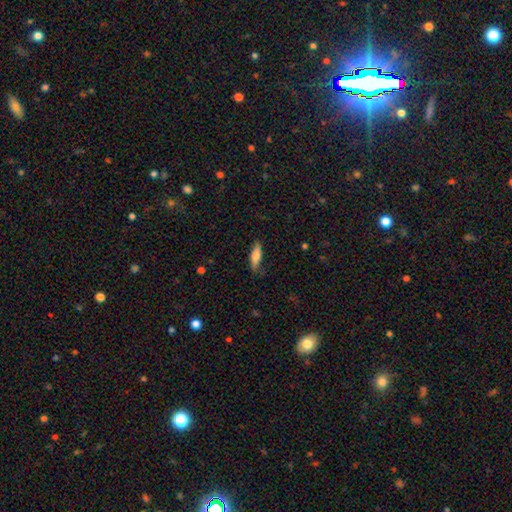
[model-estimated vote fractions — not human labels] Overall: smooth (70%). How rounded: cigar-shaped (59%; in between 39%). Merging: none (79%).